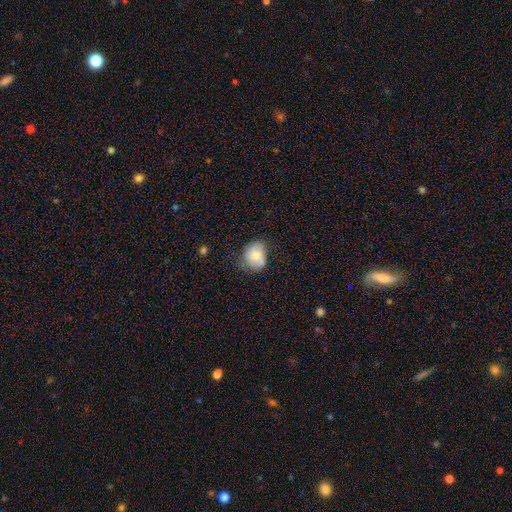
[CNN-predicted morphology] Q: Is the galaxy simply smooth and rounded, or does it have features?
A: smooth — 73%.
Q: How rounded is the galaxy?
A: round — 57%.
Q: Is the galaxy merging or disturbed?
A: none — 49%.